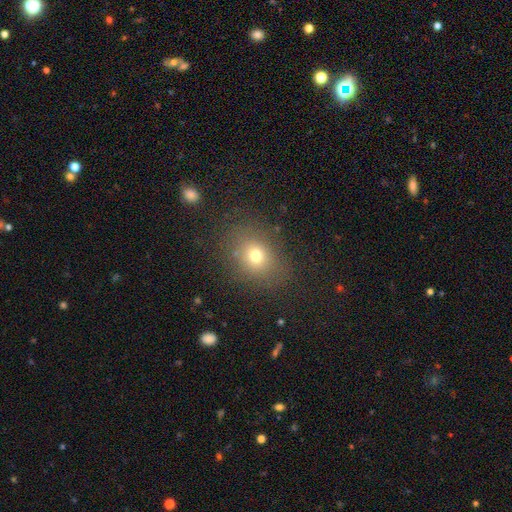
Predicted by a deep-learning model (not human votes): smooth_or_featured: smooth (p=0.70) [alt: star or artifact p=0.17]
how_rounded: round (p=0.56) [alt: in between p=0.43]
merging: none (p=0.80) [alt: minor disturbance p=0.12]